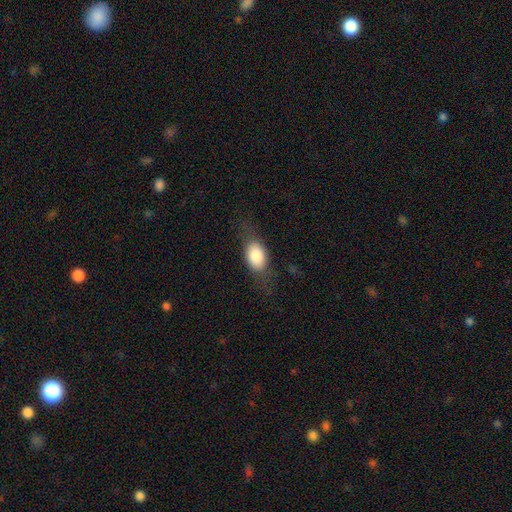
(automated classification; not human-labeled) Smooth or featured: smooth — 78% (featured or disk — 16%)
How rounded: in between — 83% (round — 12%)
Merging: none — 66% (minor disturbance — 20%)